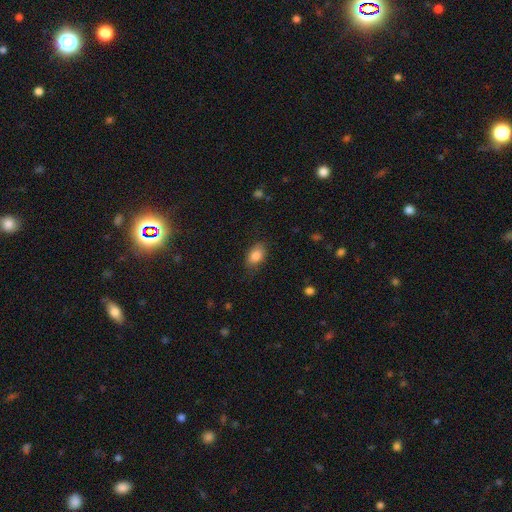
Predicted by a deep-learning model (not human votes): Q: Smooth or featured?
A: smooth (86%); runner-up: star or artifact (8%)
Q: How rounded?
A: in between (88%); runner-up: round (10%)
Q: Merging?
A: none (78%); runner-up: minor disturbance (16%)